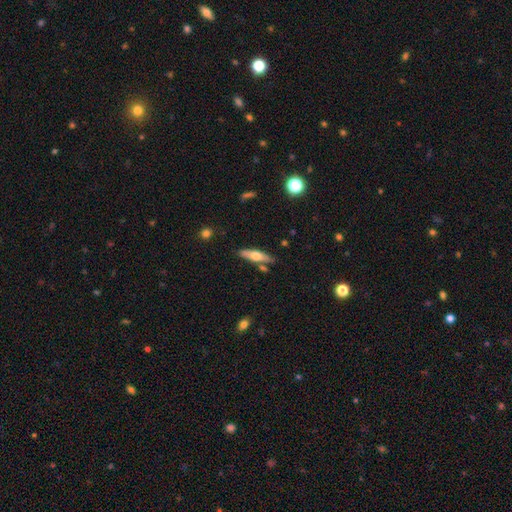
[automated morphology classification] Smooth or featured?
  - smooth: 50% *
  - featured or disk: 44%
  - star or artifact: 6%
Merging?
  - none: 78% *
  - minor disturbance: 13%
  - merger: 7%
  - major disturbance: 3%